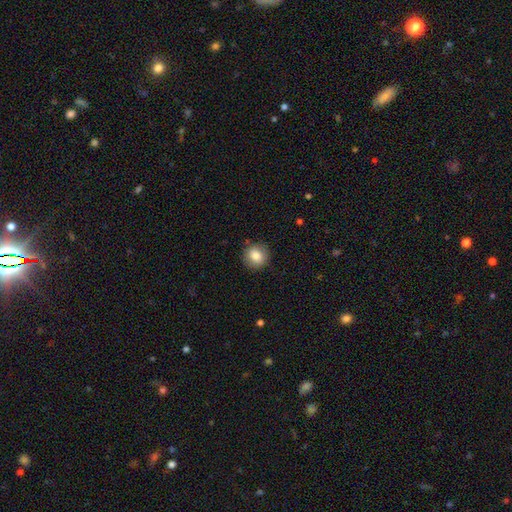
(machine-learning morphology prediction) The model was most divided on "smooth or featured": smooth: 84%, star or artifact: 9%, featured or disk: 7%. More confident: merging — none (89%); how rounded — round (87%).